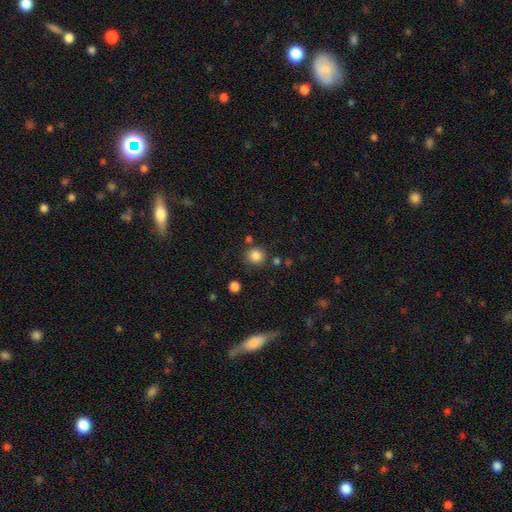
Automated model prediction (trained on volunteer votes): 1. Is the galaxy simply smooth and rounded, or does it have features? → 84% smooth, 11% star or artifact, 5% featured or disk.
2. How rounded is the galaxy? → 89% round, 10% in between, 1% cigar-shaped.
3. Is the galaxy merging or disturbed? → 78% none, 11% minor disturbance, 7% merger, 4% major disturbance.